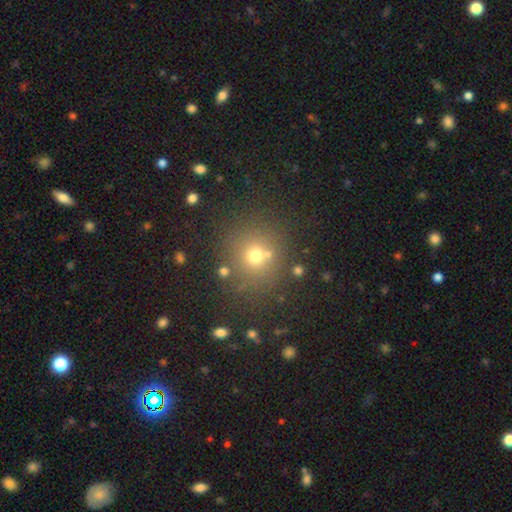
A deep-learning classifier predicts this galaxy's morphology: Q: Smooth or featured?
A: smooth (68%); runner-up: star or artifact (22%)
Q: How rounded?
A: round (89%); runner-up: in between (10%)
Q: Merging?
A: none (79%); runner-up: minor disturbance (9%)